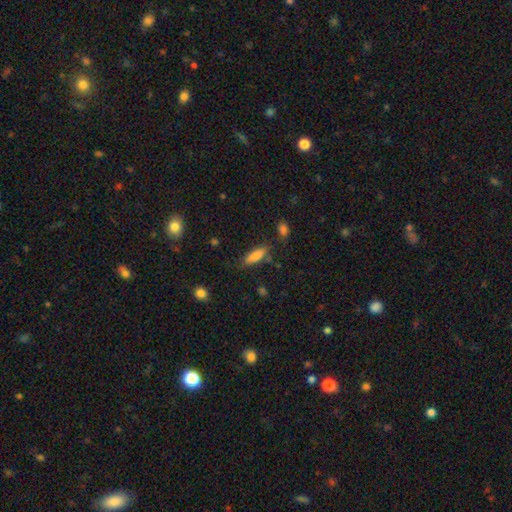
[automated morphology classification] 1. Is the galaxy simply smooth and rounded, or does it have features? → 80% smooth, 12% featured or disk, 8% star or artifact.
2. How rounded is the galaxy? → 51% in between, 47% cigar-shaped, 2% round.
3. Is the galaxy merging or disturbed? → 73% none, 17% minor disturbance, 5% merger, 5% major disturbance.